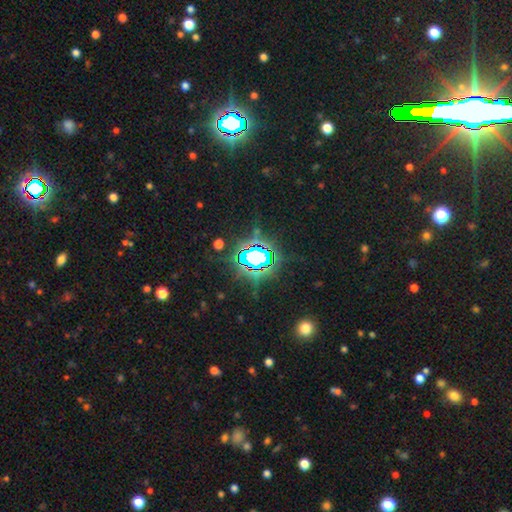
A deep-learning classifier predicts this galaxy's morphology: Smooth or featured?
  - star or artifact: 76% *
  - smooth: 13%
  - featured or disk: 11%